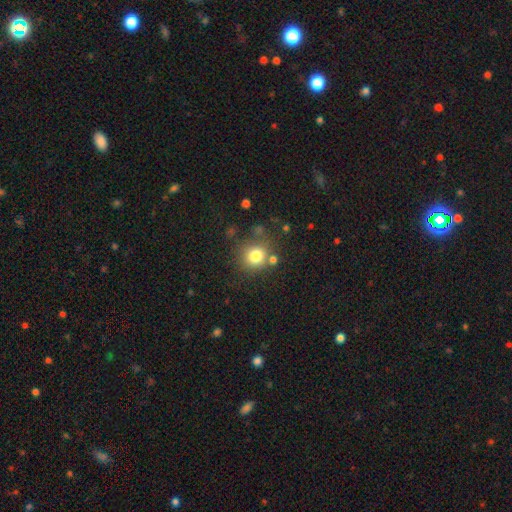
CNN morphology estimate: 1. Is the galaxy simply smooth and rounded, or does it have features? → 79% smooth, 13% star or artifact, 8% featured or disk.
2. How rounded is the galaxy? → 89% round, 10% in between, 1% cigar-shaped.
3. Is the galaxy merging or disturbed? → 74% none, 12% minor disturbance, 10% merger, 5% major disturbance.